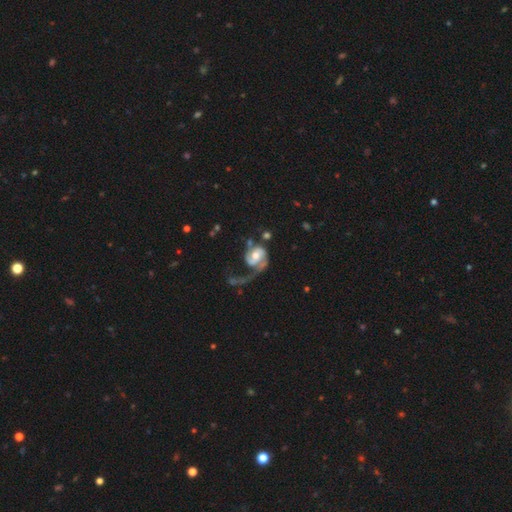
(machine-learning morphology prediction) smooth-or-featured: featured or disk: 80% | smooth: 15% | star or artifact: 5%
  disk-edge-on: no: 98% | yes: 2%
    bar: no: 58% | weak: 32% | strong: 10%
    has-spiral-arms: yes: 91% | no: 9%
      spiral-winding: loose: 43% | medium: 34% | tight: 22%
      spiral-arm-count: 1: 59% | 2: 33% | can't tell: 4% | 3: 2% | 4: 1% | more than 4: 1%
    bulge-size: moderate: 65% | small: 20% | large: 12% | none: 2% | dominant: 2%
  merging: major disturbance: 50% | none: 26% | minor disturbance: 14% | merger: 10%